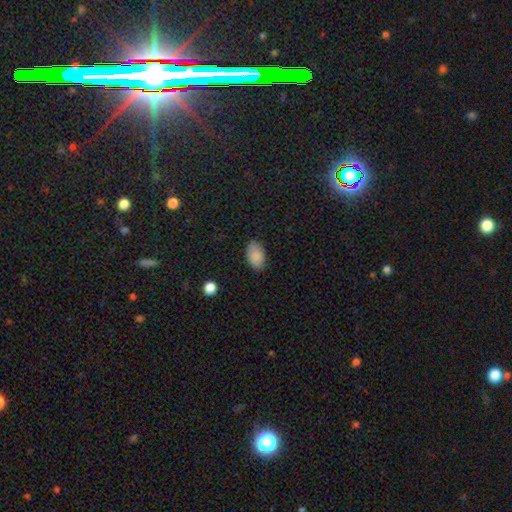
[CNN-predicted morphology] This appears to be a smooth galaxy with no disk features (86%) that is in between round and cigar-shaped (92%). Merging: none (82%).